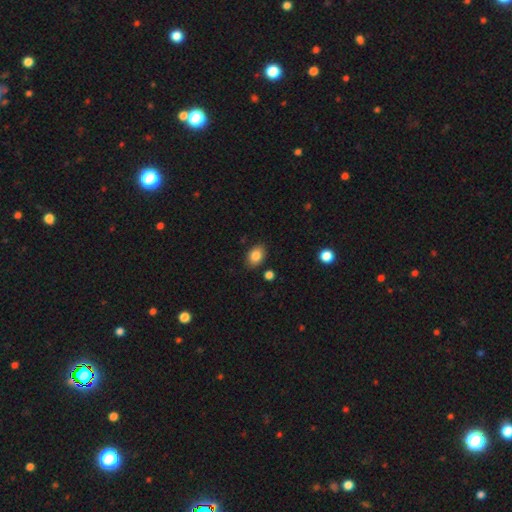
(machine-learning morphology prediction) Smooth or featured? Predicted: smooth (p=0.84). How rounded? Predicted: in between (p=0.77). Merging? Predicted: none (p=0.85).